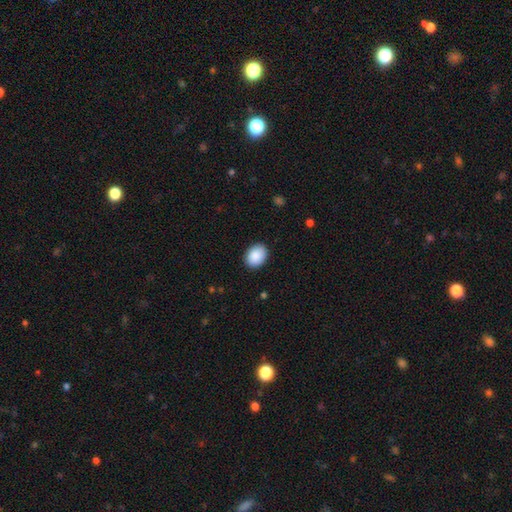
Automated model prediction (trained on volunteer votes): Overall: smooth (90%). How rounded: in between (66%; round 33%). Merging: none (89%).